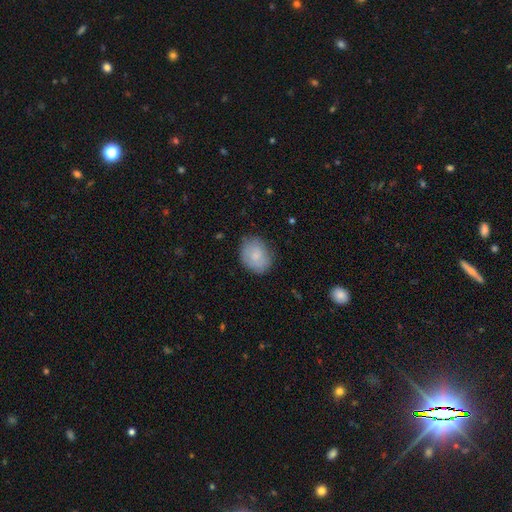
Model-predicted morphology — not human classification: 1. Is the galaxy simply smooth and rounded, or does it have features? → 77% smooth, 17% featured or disk, 7% star or artifact.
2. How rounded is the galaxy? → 55% in between, 44% round, 1% cigar-shaped.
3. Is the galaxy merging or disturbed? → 76% none, 19% minor disturbance, 4% major disturbance, 1% merger.